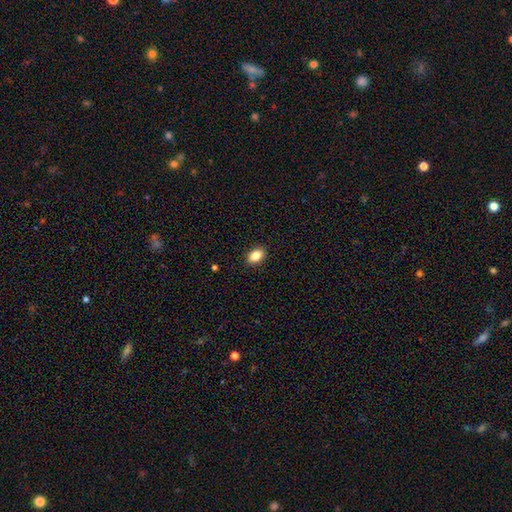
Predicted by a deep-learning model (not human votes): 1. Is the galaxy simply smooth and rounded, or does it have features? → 85% smooth, 9% star or artifact, 6% featured or disk.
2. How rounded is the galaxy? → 84% in between, 15% round, 1% cigar-shaped.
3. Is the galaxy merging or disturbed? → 90% none, 7% minor disturbance, 2% major disturbance, 1% merger.